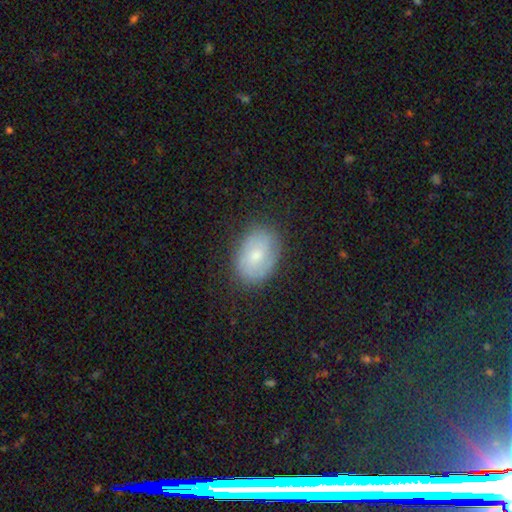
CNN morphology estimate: The model was most divided on "smooth or featured": smooth: 62%, featured or disk: 30%, star or artifact: 8%. More confident: how rounded — in between (80%); merging — none (79%).